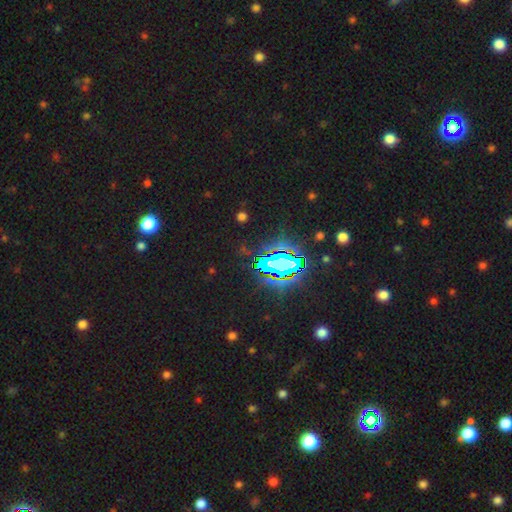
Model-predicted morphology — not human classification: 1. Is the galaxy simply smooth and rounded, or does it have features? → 82% star or artifact, 11% smooth, 7% featured or disk.